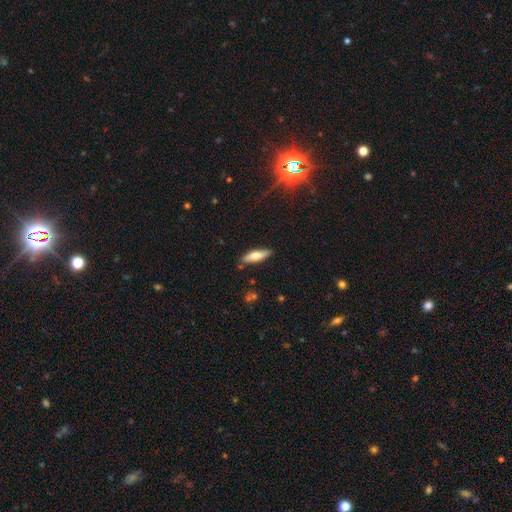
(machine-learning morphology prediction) Q: Smooth or featured?
A: smooth (68%); runner-up: featured or disk (26%)
Q: How rounded?
A: cigar-shaped (55%); runner-up: in between (43%)
Q: Merging?
A: none (83%); runner-up: minor disturbance (12%)